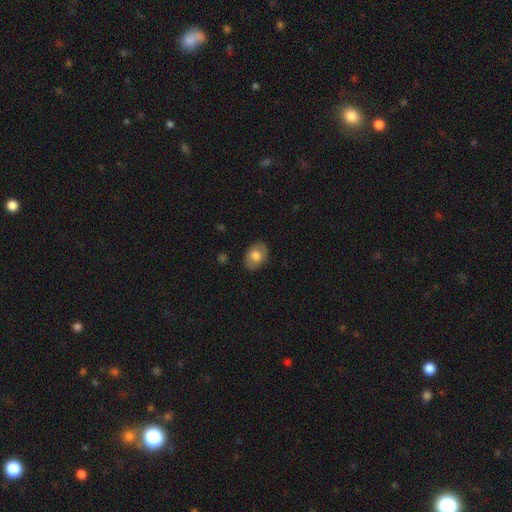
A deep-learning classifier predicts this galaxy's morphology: Overall: smooth (73%). How rounded: in between (79%). Merging: none (84%).